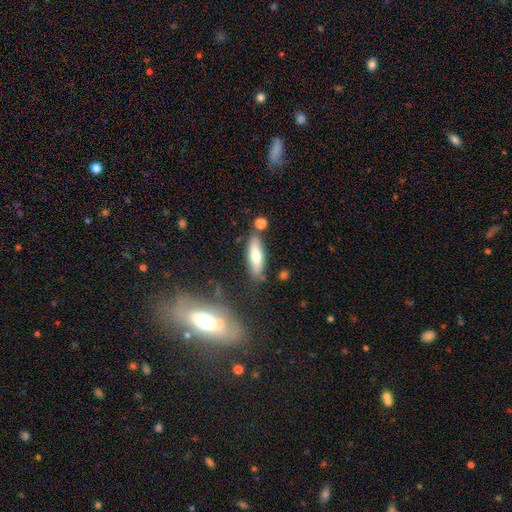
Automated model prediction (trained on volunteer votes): Smooth or featured: smooth — 68% (featured or disk — 25%)
How rounded: cigar-shaped — 50% (in between — 48%)
Merging: none — 77% (minor disturbance — 13%)